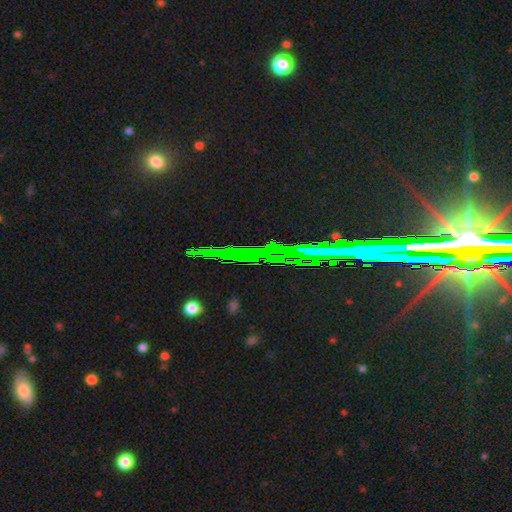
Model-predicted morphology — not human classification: Smooth or featured?
  - star or artifact: 70% *
  - featured or disk: 17%
  - smooth: 13%